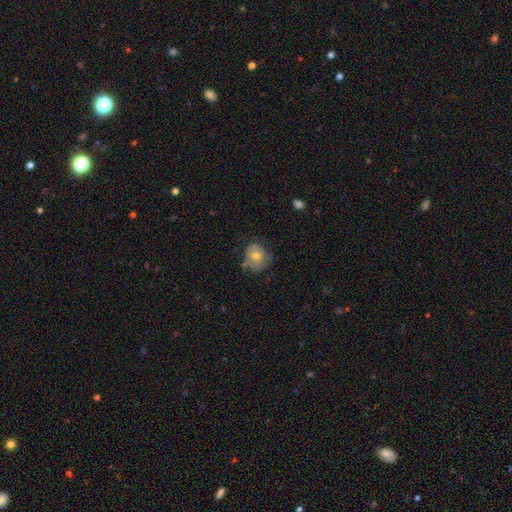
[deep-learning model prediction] Smooth or featured? Predicted: smooth (p=0.66). How rounded? Predicted: round (p=0.69). Merging? Predicted: none (p=0.55).